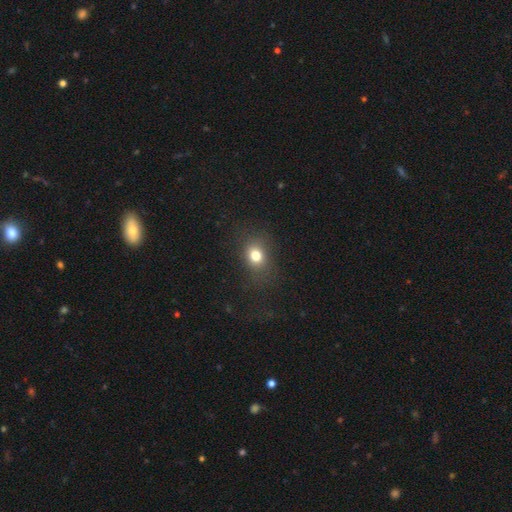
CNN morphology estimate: A smooth galaxy with no disk features (76%) that is round (56%). Merging: none (78%).